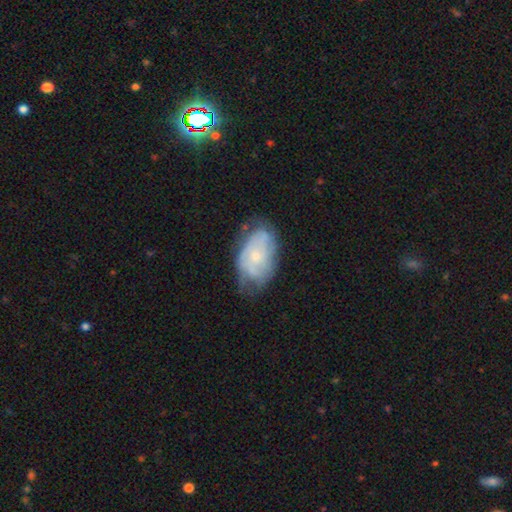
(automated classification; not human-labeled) smooth-or-featured: featured or disk: 58% | smooth: 36% | star or artifact: 7%
  disk-edge-on: no: 96% | yes: 4%
    bar: no: 81% | weak: 16% | strong: 2%
    has-spiral-arms: yes: 63% | no: 37%
    bulge-size: small: 57% | moderate: 36% | none: 4% | large: 2% | dominant: 1%
  merging: none: 53% | minor disturbance: 32% | major disturbance: 13% | merger: 2%